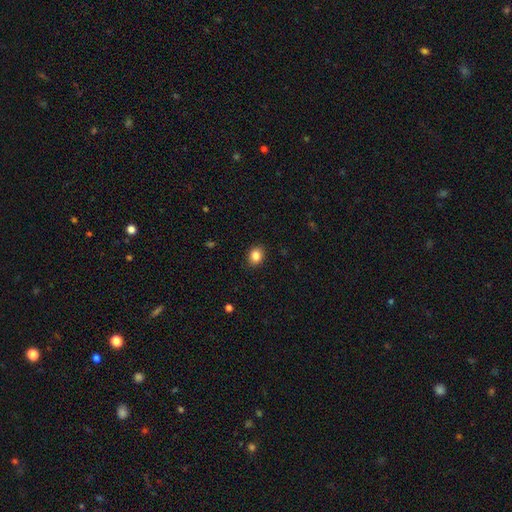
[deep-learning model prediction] Smooth or featured?
  - smooth: 85% *
  - star or artifact: 10%
  - featured or disk: 5%
How rounded?
  - round: 54% *
  - in between: 46%
  - cigar-shaped: 1%
Merging?
  - none: 90% *
  - minor disturbance: 7%
  - major disturbance: 2%
  - merger: 1%